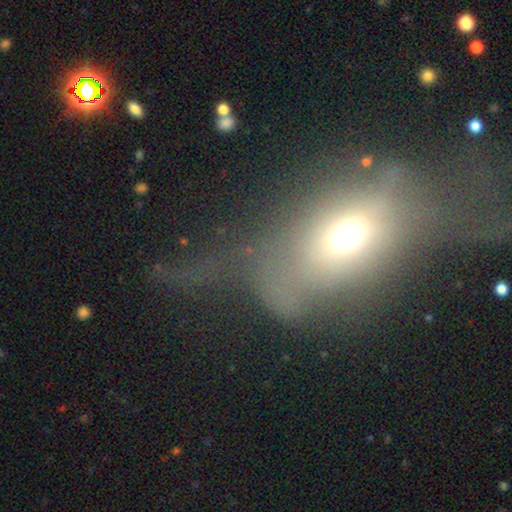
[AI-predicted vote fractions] smooth-or-featured: smooth: 43% | featured or disk: 37% | star or artifact: 20%
  merging: major disturbance: 47% | none: 29% | minor disturbance: 18% | merger: 6%